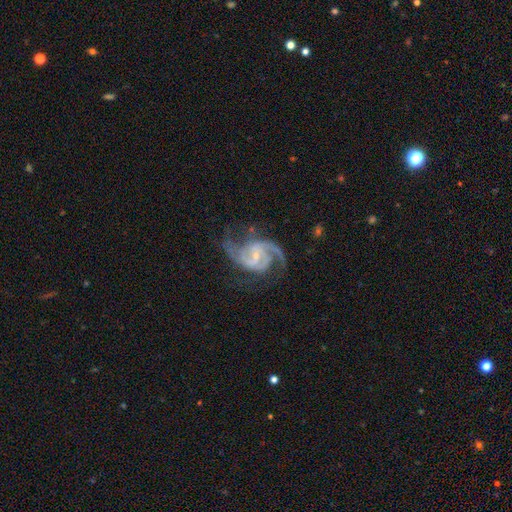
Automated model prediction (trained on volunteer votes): smooth-or-featured: featured or disk: 92% | star or artifact: 5% | smooth: 3%
  disk-edge-on: no: 98% | yes: 2%
    bar: weak: 47% | no: 36% | strong: 17%
    has-spiral-arms: yes: 98% | no: 2%
      spiral-winding: medium: 58% | tight: 22% | loose: 20%
      spiral-arm-count: 2: 60% | 3: 24% | can't tell: 6% | 4: 4% | 1: 4% | more than 4: 3%
    bulge-size: small: 69% | moderate: 25% | none: 4% | large: 1% | dominant: 1%
  merging: none: 63% | minor disturbance: 19% | major disturbance: 16% | merger: 2%